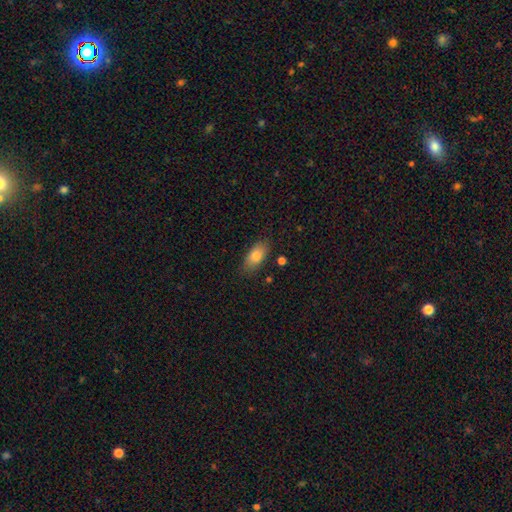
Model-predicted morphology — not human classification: smooth-or-featured: smooth: 82% | featured or disk: 10% | star or artifact: 8%
  how-rounded: in between: 88% | cigar-shaped: 8% | round: 4%
  merging: none: 81% | minor disturbance: 13% | major disturbance: 3% | merger: 2%